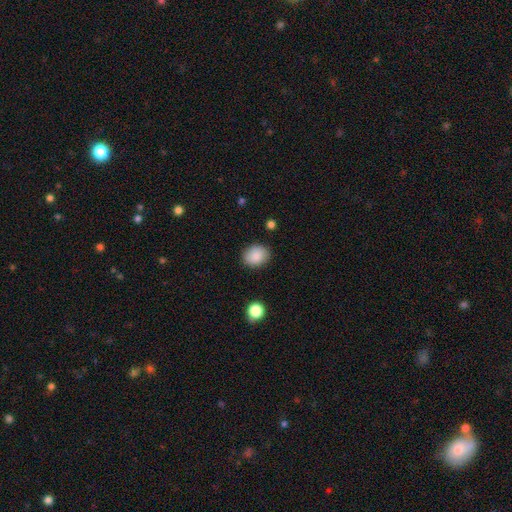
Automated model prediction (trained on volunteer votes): Q: Smooth or featured?
A: smooth (88%); runner-up: star or artifact (8%)
Q: How rounded?
A: round (52%); runner-up: in between (47%)
Q: Merging?
A: none (86%); runner-up: minor disturbance (10%)